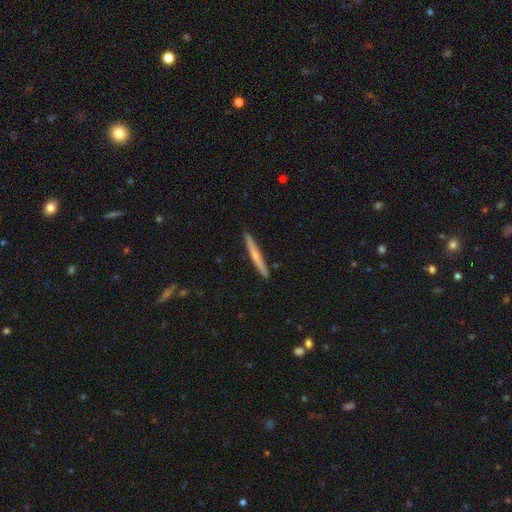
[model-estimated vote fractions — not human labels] Overall: smooth (53%; featured or disk 42%). How rounded: cigar-shaped (97%). Merging: none (91%).